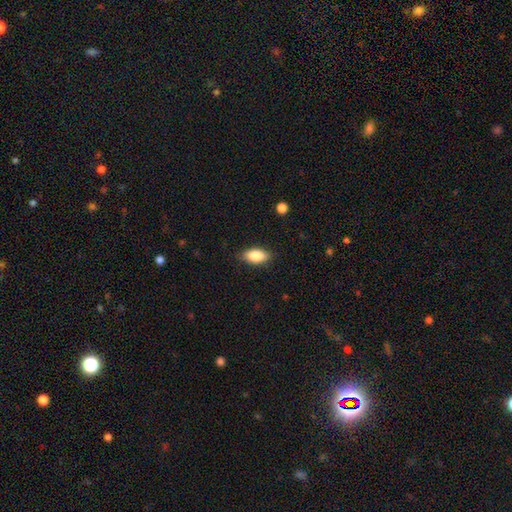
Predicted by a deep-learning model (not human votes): Smooth or featured?
  - smooth: 84% *
  - featured or disk: 9%
  - star or artifact: 7%
How rounded?
  - in between: 90% *
  - cigar-shaped: 6%
  - round: 4%
Merging?
  - none: 86% *
  - minor disturbance: 11%
  - major disturbance: 2%
  - merger: 1%